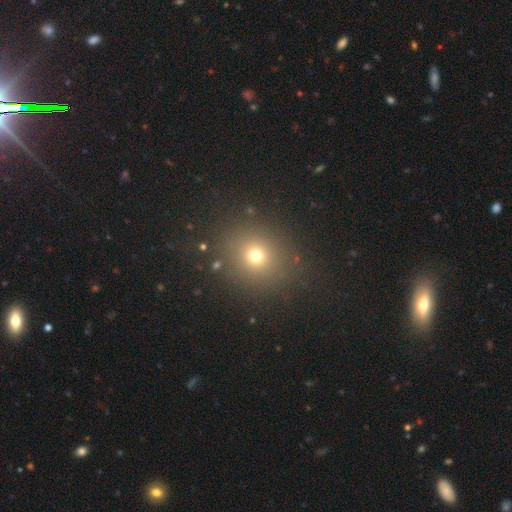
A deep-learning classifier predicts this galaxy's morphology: Smooth or featured? smooth (69%)
How rounded? round (82%)
Merging? none (86%)